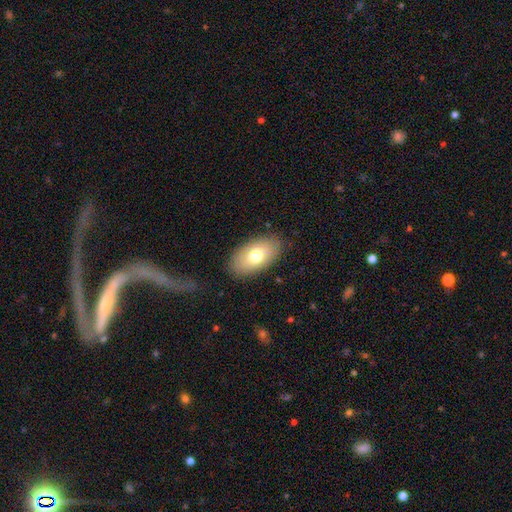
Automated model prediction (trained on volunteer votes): This appears to be a smooth galaxy with no disk features (72%) that is in between round and cigar-shaped (93%). Merging: none (85%).